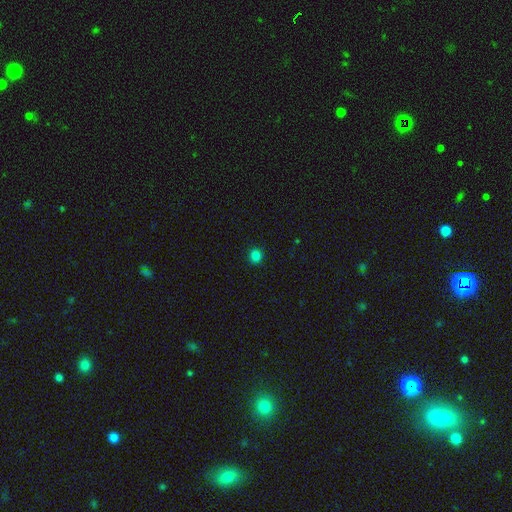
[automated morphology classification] type=smooth (83%); roundness=round (89%); merging=none (92%).